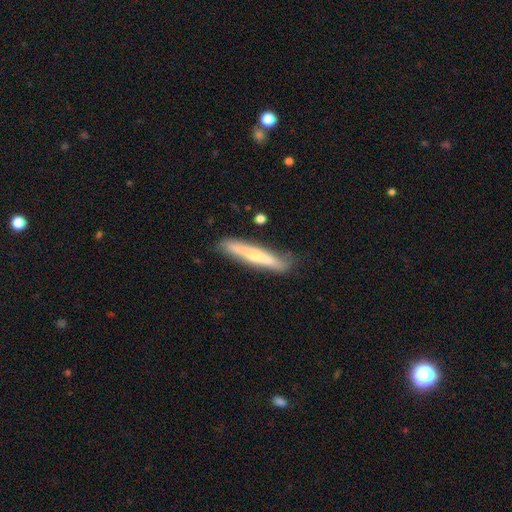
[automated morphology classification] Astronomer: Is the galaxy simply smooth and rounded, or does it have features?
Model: featured or disk — 50% (runner-up: smooth, 44%).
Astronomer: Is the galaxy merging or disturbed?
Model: none — 81%.